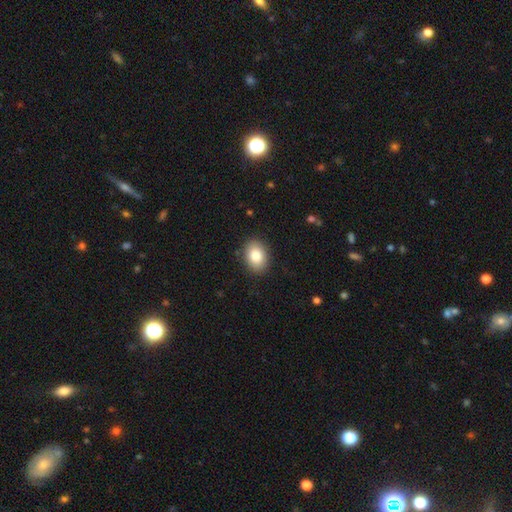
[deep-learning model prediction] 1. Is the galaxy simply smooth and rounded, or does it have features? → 83% smooth, 9% featured or disk, 8% star or artifact.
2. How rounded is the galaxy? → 73% in between, 26% round, 1% cigar-shaped.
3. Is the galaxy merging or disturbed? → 88% none, 9% minor disturbance, 2% major disturbance, 1% merger.